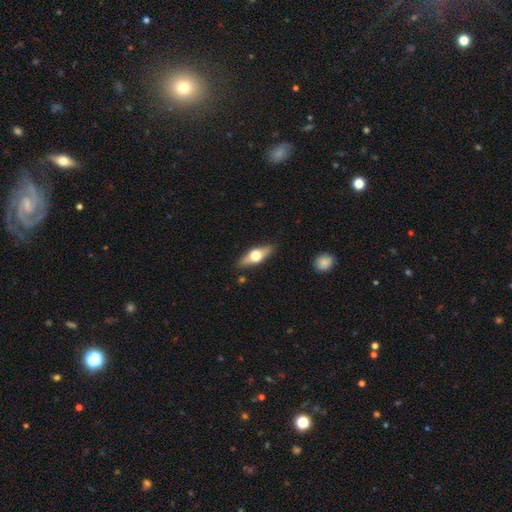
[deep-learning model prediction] Smooth or featured?
  - featured or disk: 48% *
  - smooth: 46%
  - star or artifact: 6%
Merging?
  - none: 87% *
  - minor disturbance: 9%
  - major disturbance: 2%
  - merger: 1%